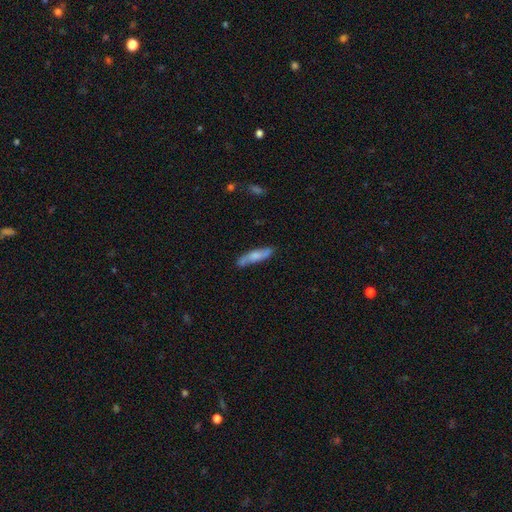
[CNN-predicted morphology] This is possibly a smooth galaxy (56%). How rounded: likely cigar-shaped (78%). Merging: likely none (79%).